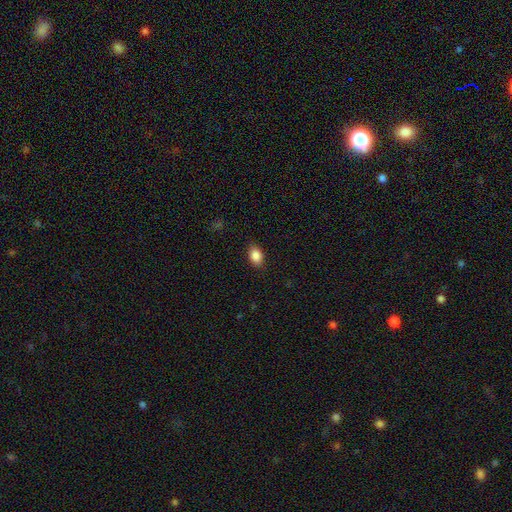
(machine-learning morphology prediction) A smooth galaxy with no disk features (87%) that is in between round and cigar-shaped (80%).

Vote fractions:
- Smooth or featured? smooth: 87% / star or artifact: 8% / featured or disk: 5%
- How rounded? in between: 80% / round: 18% / cigar-shaped: 1%
- Merging? none: 87% / minor disturbance: 10% / major disturbance: 2% / merger: 1%